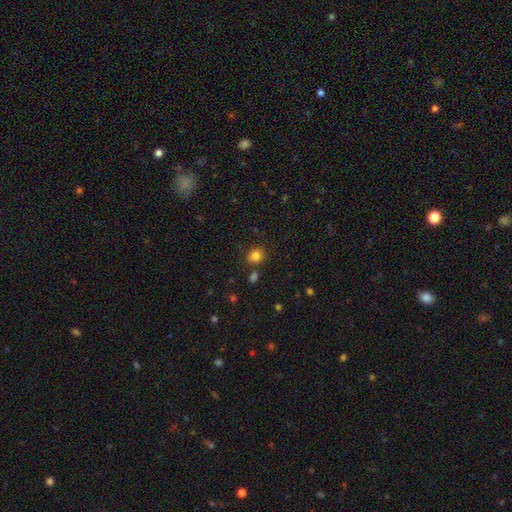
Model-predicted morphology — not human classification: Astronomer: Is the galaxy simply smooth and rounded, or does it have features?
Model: smooth — 82%.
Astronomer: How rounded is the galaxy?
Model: round — 67%.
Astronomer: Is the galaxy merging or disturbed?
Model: none — 77%.